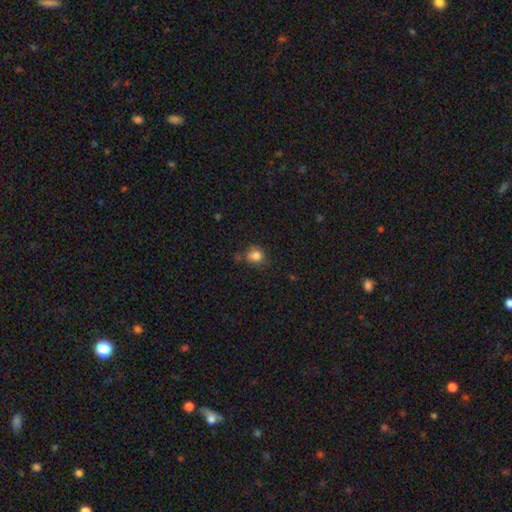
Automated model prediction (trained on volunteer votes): A smooth galaxy with no disk features (83%) that is round (76%). Merging: none (66%).